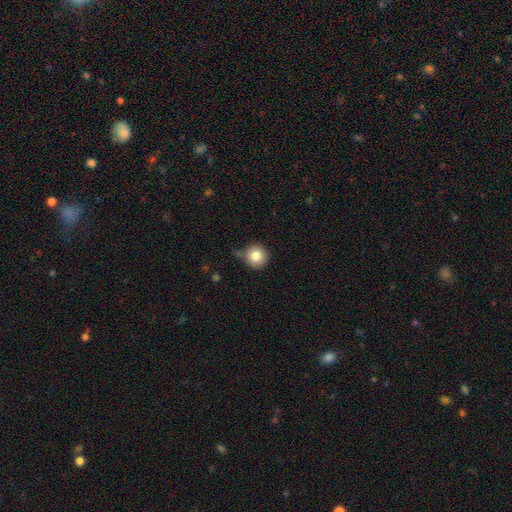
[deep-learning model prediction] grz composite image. It shows a smooth galaxy with no disk features (82%) that is round (94%). Merging: none (68%).